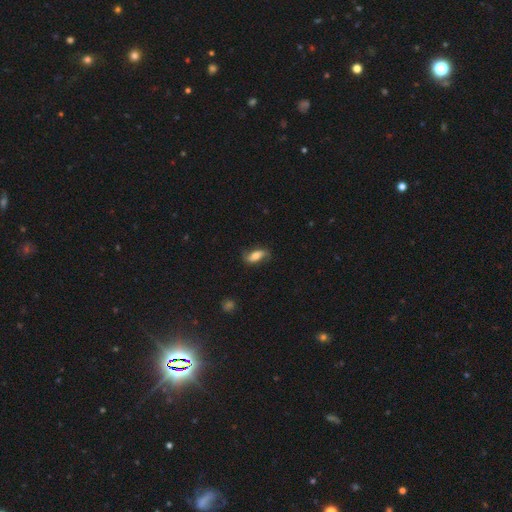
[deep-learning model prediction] smooth-or-featured: smooth: 54% | featured or disk: 38% | star or artifact: 8%
  how-rounded: in between: 81% | cigar-shaped: 14% | round: 5%
  merging: none: 72% | minor disturbance: 21% | major disturbance: 6% | merger: 1%